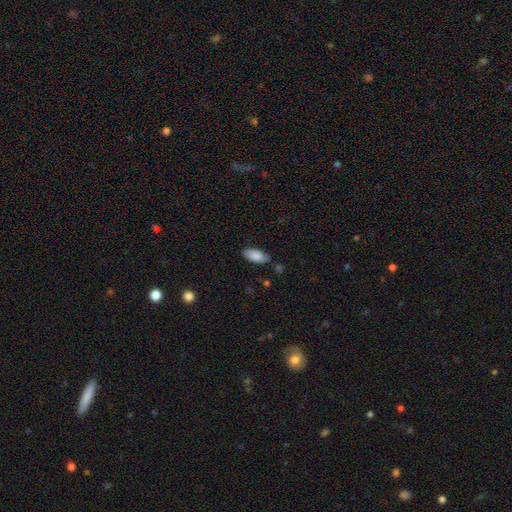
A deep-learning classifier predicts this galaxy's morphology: This is likely a smooth galaxy (79%). How rounded: clearly in between (90%). Merging: likely none (74%).